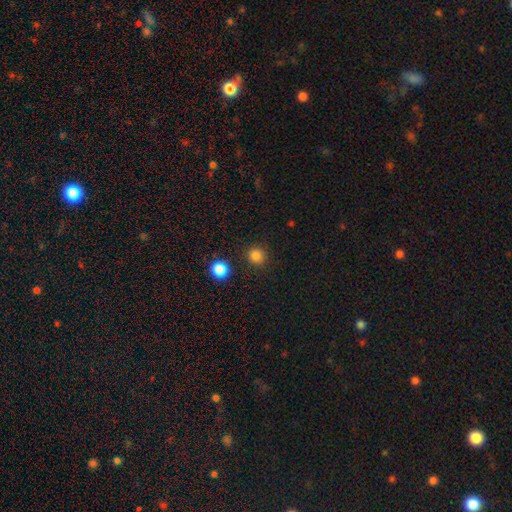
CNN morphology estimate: This appears to be a smooth galaxy with no disk features (83%) that is round (92%). Merging: none (89%).